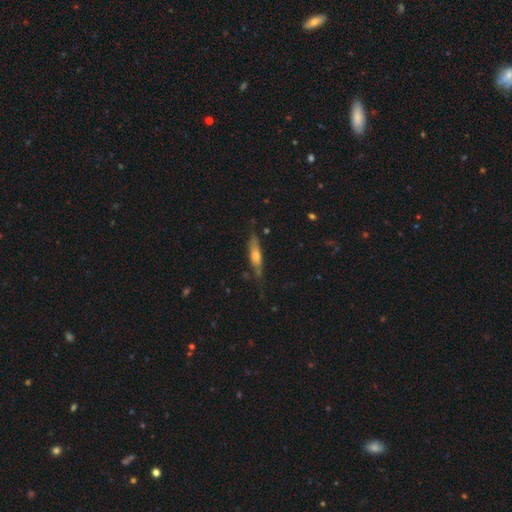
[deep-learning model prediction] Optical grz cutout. It shows a smooth galaxy with no disk features (48%). Merging: none (67%).